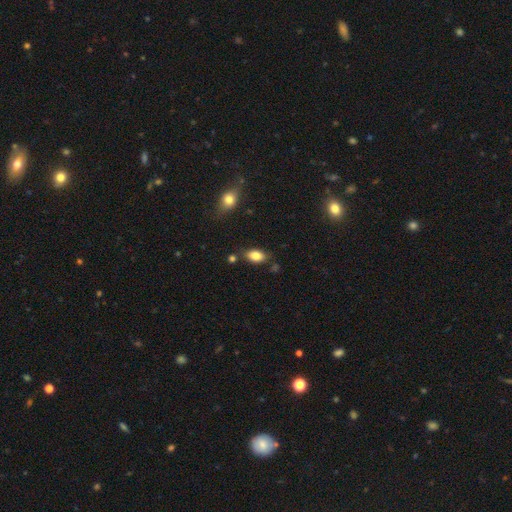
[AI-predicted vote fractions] smooth-or-featured: smooth: 83% | featured or disk: 9% | star or artifact: 8%
  how-rounded: in between: 90% | round: 7% | cigar-shaped: 3%
  merging: none: 77% | minor disturbance: 14% | merger: 5% | major disturbance: 3%